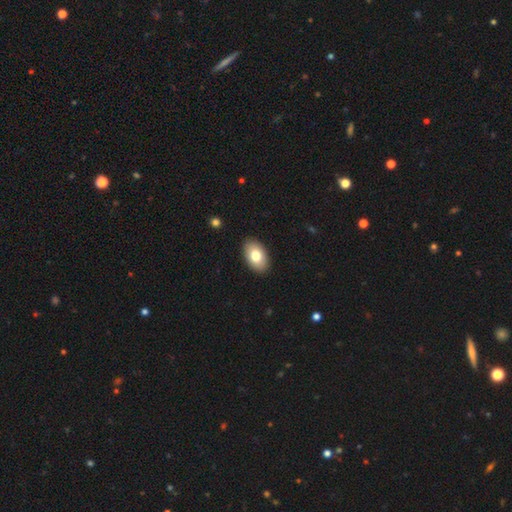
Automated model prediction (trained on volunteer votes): smooth 78%, featured or disk 15%, star or artifact 7%. Down the decision tree: how rounded — in between (92%); merging — none (90%).